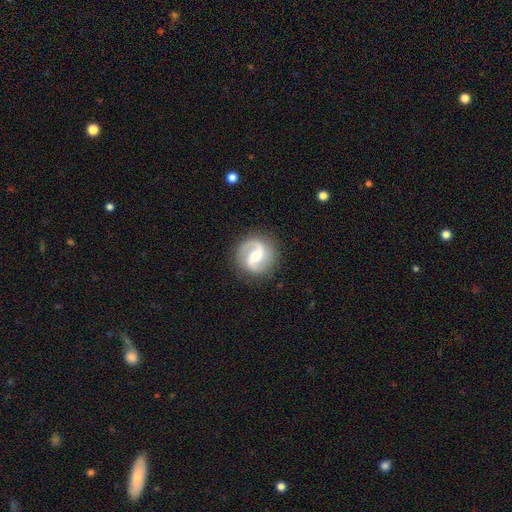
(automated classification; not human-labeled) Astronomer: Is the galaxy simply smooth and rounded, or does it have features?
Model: featured or disk — 86%.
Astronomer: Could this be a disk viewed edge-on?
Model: no — 98%.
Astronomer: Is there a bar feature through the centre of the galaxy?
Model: weak — 47% (runner-up: strong, 32%).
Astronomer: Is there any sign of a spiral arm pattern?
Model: yes — 96%.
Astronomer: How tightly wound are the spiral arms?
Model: medium — 50% (runner-up: loose, 33%).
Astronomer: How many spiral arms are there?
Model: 2 — 90%.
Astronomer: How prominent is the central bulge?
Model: moderate — 59%.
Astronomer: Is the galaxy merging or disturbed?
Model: none — 85%.